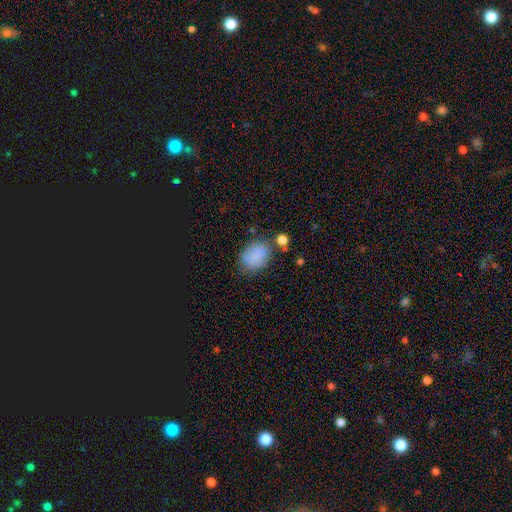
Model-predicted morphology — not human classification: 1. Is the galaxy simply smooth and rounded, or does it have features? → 82% smooth, 10% star or artifact, 8% featured or disk.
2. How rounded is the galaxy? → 70% in between, 29% round, 1% cigar-shaped.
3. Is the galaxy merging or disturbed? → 65% none, 20% minor disturbance, 7% merger, 7% major disturbance.